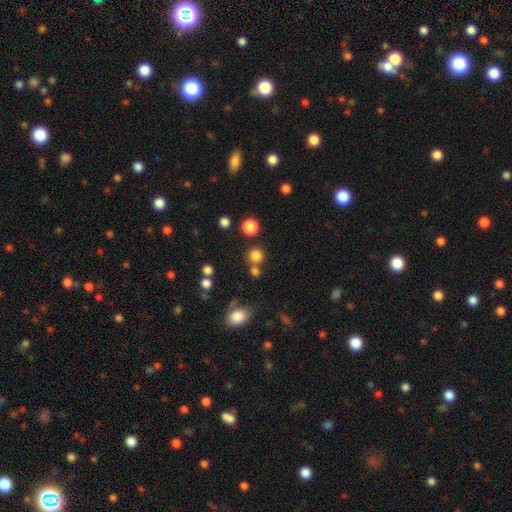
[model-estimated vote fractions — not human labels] smooth-or-featured: smooth: 80% | star or artifact: 15% | featured or disk: 5%
  how-rounded: round: 91% | in between: 8% | cigar-shaped: 1%
  merging: none: 71% | merger: 17% | minor disturbance: 8% | major disturbance: 4%